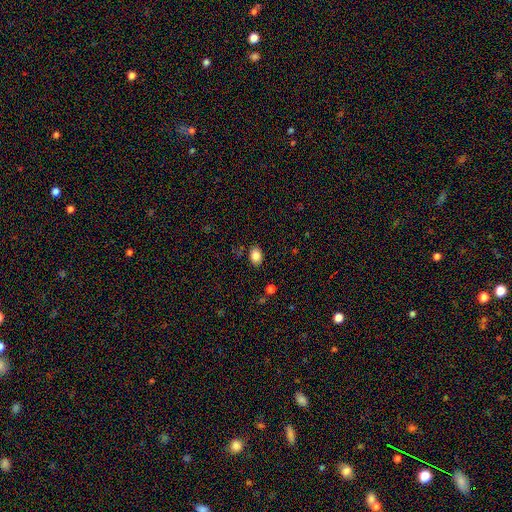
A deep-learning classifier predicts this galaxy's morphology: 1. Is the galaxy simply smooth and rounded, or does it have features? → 86% smooth, 9% star or artifact, 5% featured or disk.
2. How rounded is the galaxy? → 73% in between, 26% round, 1% cigar-shaped.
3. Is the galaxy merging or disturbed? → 84% none, 11% minor disturbance, 3% major disturbance, 2% merger.